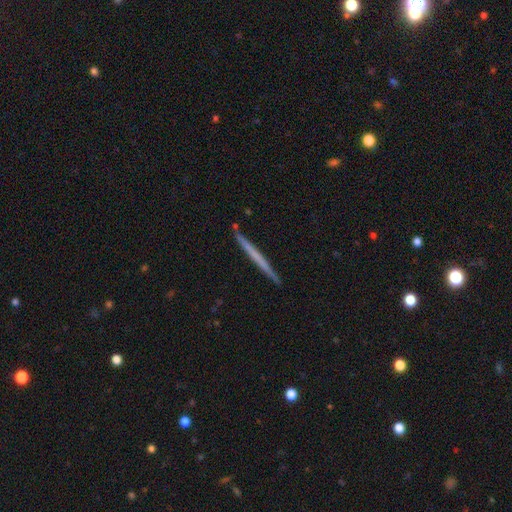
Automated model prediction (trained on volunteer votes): Smooth or featured: featured or disk — 50% (smooth — 44%)
Edge-on disk: yes — 98% (no — 2%)
Merging: none — 92% (minor disturbance — 6%)